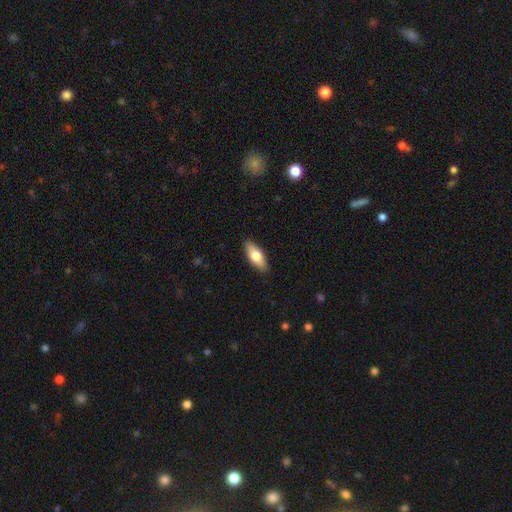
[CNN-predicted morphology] smooth 70%, featured or disk 25%, star or artifact 6%. Down the decision tree: how rounded — in between (74%); merging — none (89%).